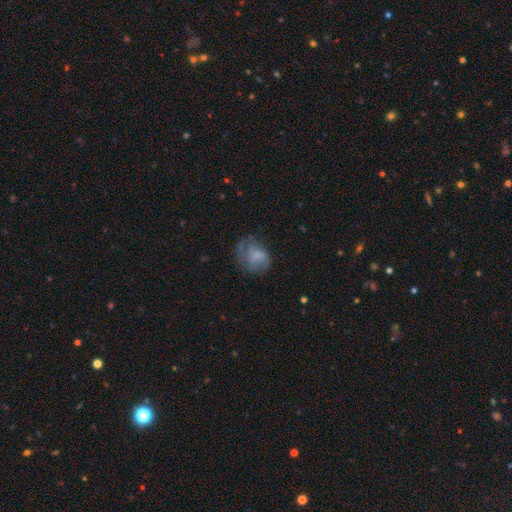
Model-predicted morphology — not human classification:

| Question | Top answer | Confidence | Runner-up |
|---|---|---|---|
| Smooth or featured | smooth | 58% | featured or disk (32%) |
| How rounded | in between | 50% | round (49%) |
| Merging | none | 41% | major disturbance (29%) |